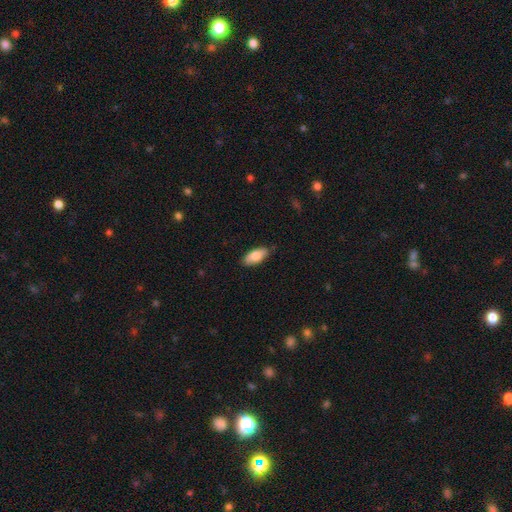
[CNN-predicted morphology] The model was most divided on "smooth or featured": smooth: 78%, featured or disk: 16%, star or artifact: 6%. More confident: how rounded — in between (88%); merging — none (83%).